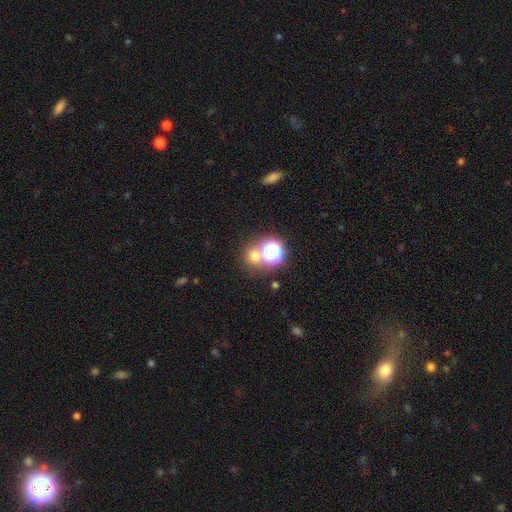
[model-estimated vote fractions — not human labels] Smooth or featured?
  - smooth: 62% *
  - star or artifact: 30%
  - featured or disk: 8%
How rounded?
  - round: 86% *
  - in between: 13%
  - cigar-shaped: 1%
Merging?
  - none: 62% *
  - merger: 27%
  - minor disturbance: 7%
  - major disturbance: 4%